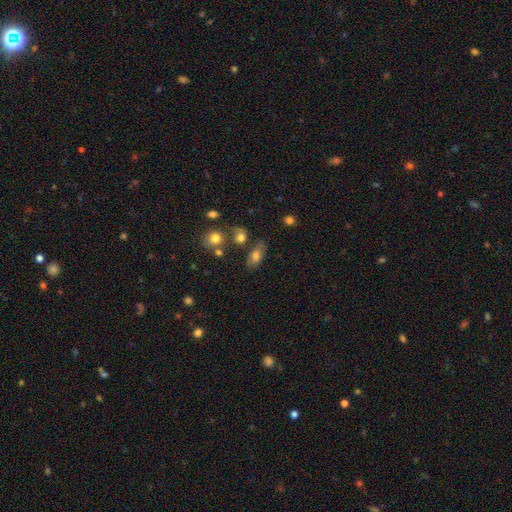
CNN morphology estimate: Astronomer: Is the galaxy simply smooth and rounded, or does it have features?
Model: smooth — 75%.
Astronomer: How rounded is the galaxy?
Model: in between — 86%.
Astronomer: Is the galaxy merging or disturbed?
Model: none — 68%.